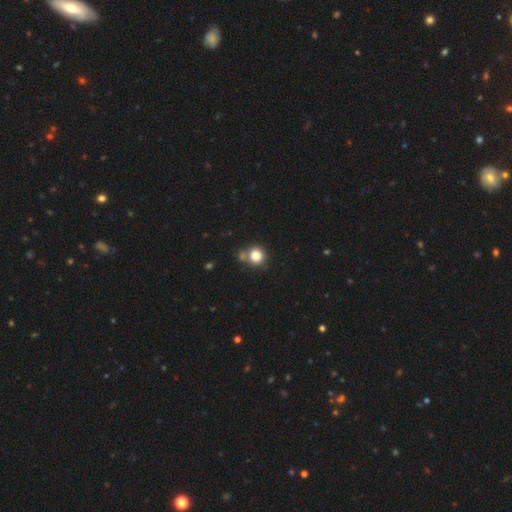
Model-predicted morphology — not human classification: This appears to be a smooth galaxy with no disk features (84%) that is round (90%). Merging: none (64%).